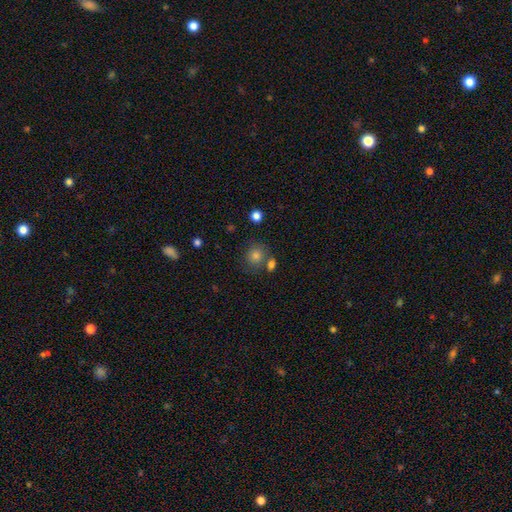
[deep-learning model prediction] Smooth or featured? smooth (79%)
How rounded? round (82%)
Merging? none (67%)